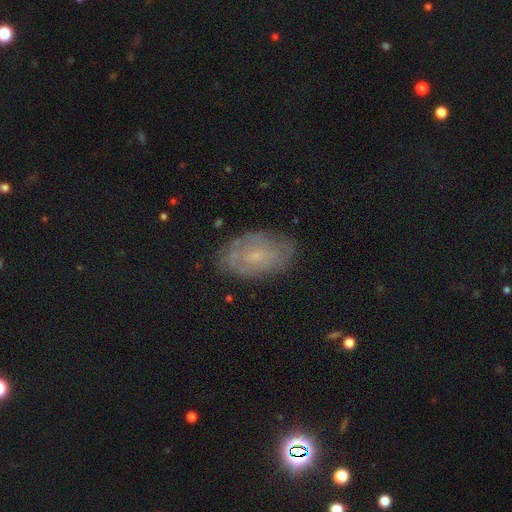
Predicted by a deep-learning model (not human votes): The model was most divided on "smooth or featured": featured or disk: 55%, smooth: 35%, star or artifact: 10%. More confident: edge-on disk — no (94%); bar — no (78%); merging — none (78%); bulge size — small (74%); spiral arms — yes (65%).